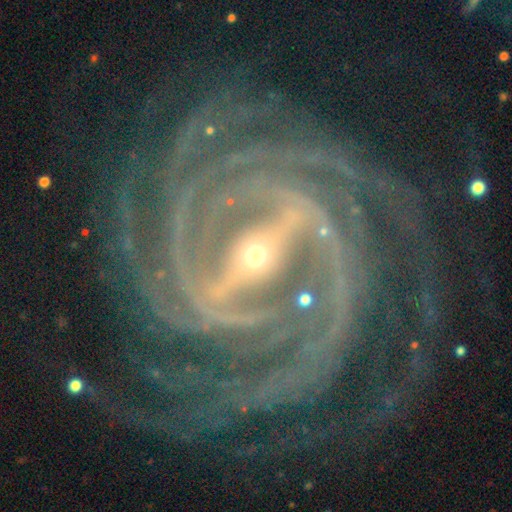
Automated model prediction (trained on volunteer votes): smooth-or-featured: featured or disk: 92% | star or artifact: 5% | smooth: 3%
  disk-edge-on: no: 96% | yes: 4%
    bar: strong: 74% | weak: 17% | no: 9%
    has-spiral-arms: yes: 98% | no: 2%
      spiral-winding: tight: 72% | medium: 22% | loose: 6%
      spiral-arm-count: more than 4: 23% | 4: 22% | can't tell: 16% | 2: 15% | 3: 14% | 1: 10%
    bulge-size: small: 72% | moderate: 23% | large: 2% | none: 1% | dominant: 1%
  merging: none: 70% | minor disturbance: 15% | major disturbance: 13% | merger: 2%